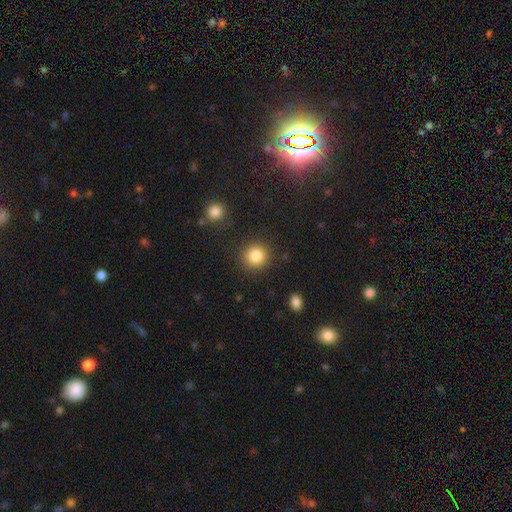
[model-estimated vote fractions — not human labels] Smooth or featured? smooth (85%)
How rounded? round (91%)
Merging? none (89%)